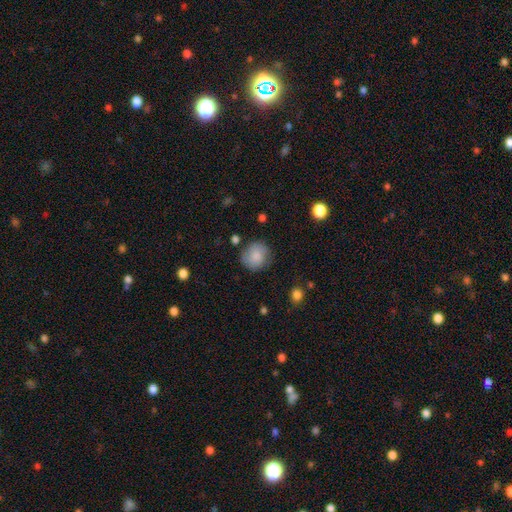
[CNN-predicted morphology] This appears to be a smooth galaxy with no disk features (81%) that is round (86%). Merging: none (75%).